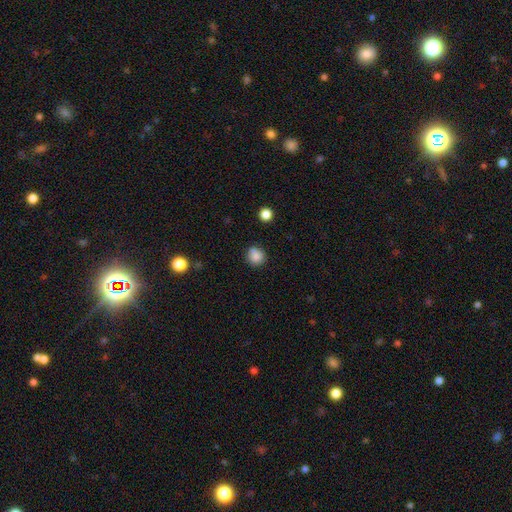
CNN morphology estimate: Q: Smooth or featured?
A: smooth (83%); runner-up: star or artifact (11%)
Q: How rounded?
A: round (89%); runner-up: in between (11%)
Q: Merging?
A: none (70%); runner-up: minor disturbance (14%)